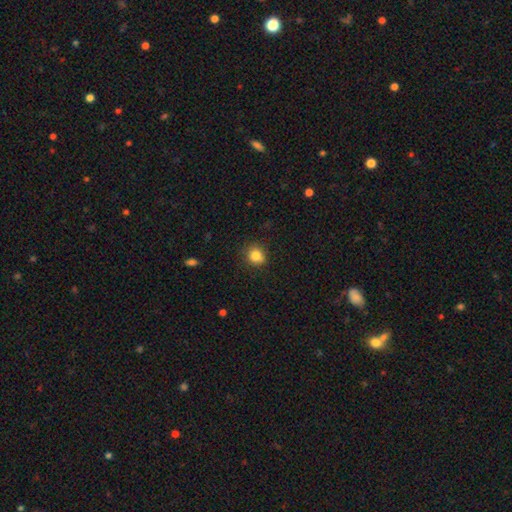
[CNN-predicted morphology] This appears to be a smooth galaxy with no disk features (83%) that is round (79%). Merging: none (82%).